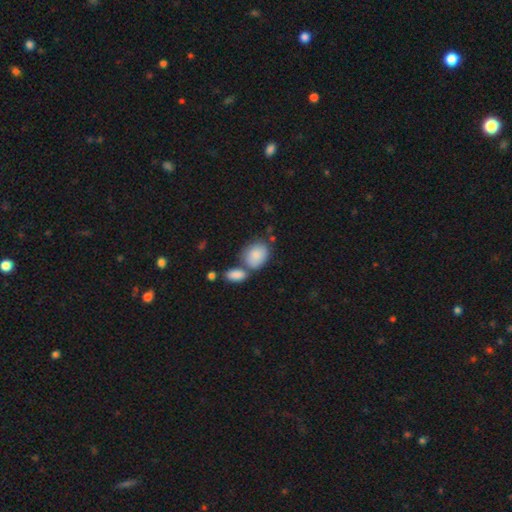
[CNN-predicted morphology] Overall: smooth (85%). How rounded: in between (65%; round 33%). Merging: none (46%; merger 35%).